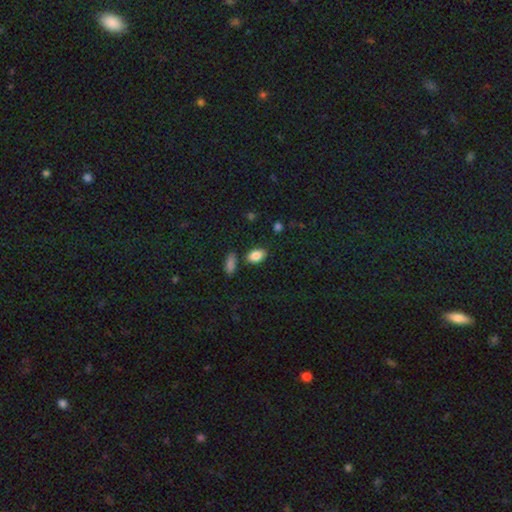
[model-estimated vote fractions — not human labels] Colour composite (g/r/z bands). It shows a smooth galaxy with no disk features (86%) that is in between round and cigar-shaped (88%). Merging: none (79%).